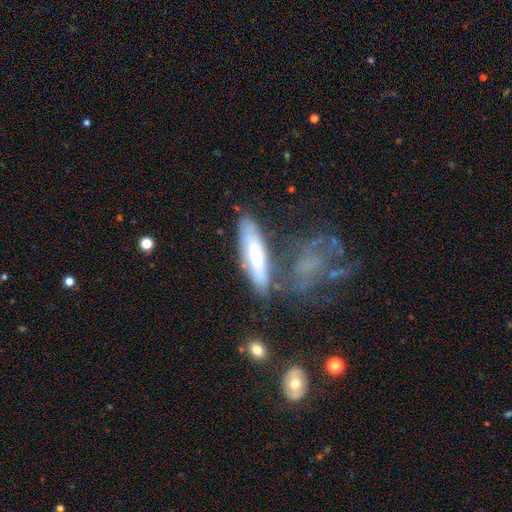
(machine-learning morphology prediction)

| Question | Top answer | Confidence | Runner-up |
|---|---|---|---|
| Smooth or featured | smooth | 50% | featured or disk (43%) |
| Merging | none | 63% | minor disturbance (19%) |